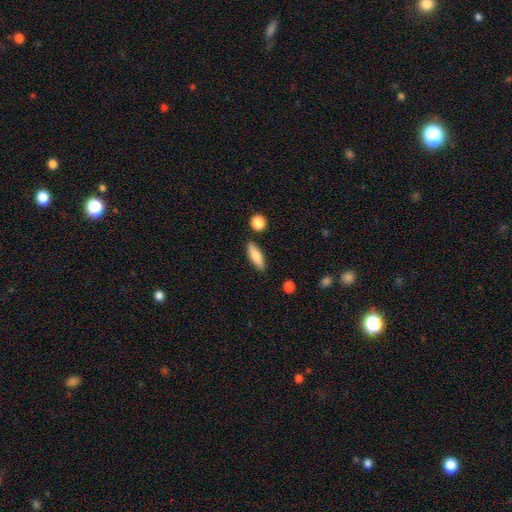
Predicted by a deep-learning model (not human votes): smooth-or-featured: smooth: 82% | featured or disk: 12% | star or artifact: 6%
  how-rounded: in between: 49% | cigar-shaped: 48% | round: 2%
  merging: none: 85% | minor disturbance: 10% | merger: 3% | major disturbance: 2%